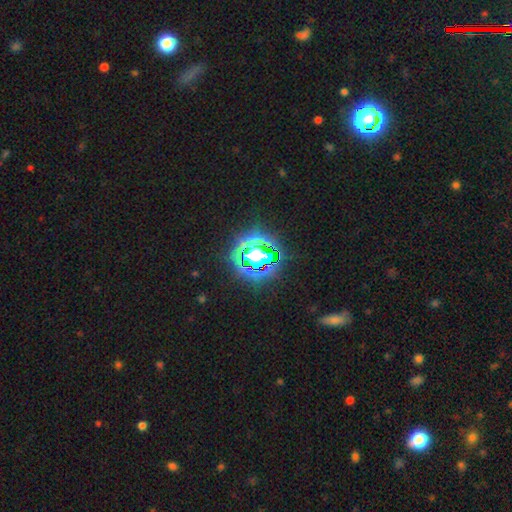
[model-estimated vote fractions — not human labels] Overall: star or artifact (69%).